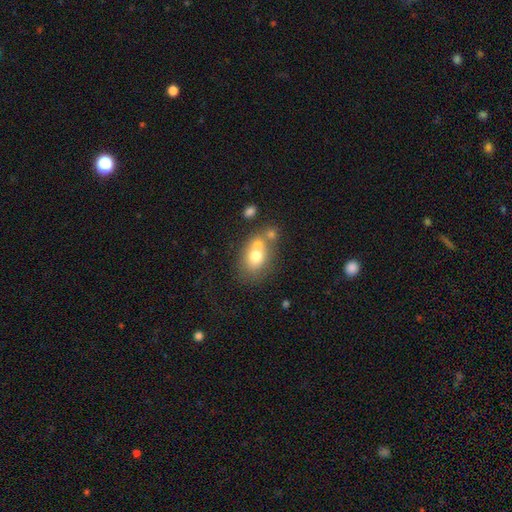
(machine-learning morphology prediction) A smooth galaxy with no disk features (67%) that is in between round and cigar-shaped (61%).

Vote fractions:
- Smooth or featured? smooth: 67% / featured or disk: 22% / star or artifact: 10%
- How rounded? in between: 61% / round: 37% / cigar-shaped: 1%
- Merging? merger: 42% / none: 40% / minor disturbance: 12% / major disturbance: 6%